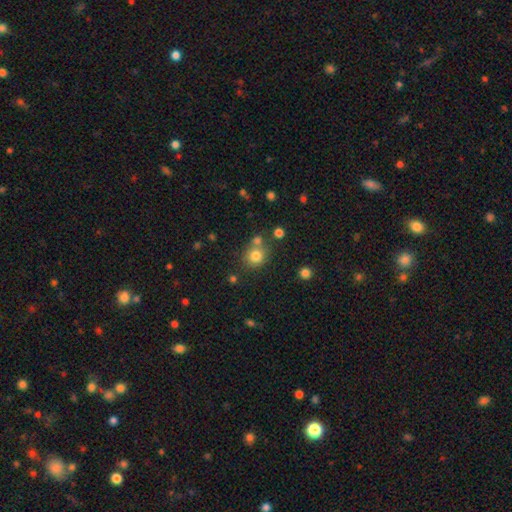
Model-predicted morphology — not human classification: Smooth or featured? Predicted: smooth (p=0.79). How rounded? Predicted: round (p=0.85). Merging? Predicted: none (p=0.66).